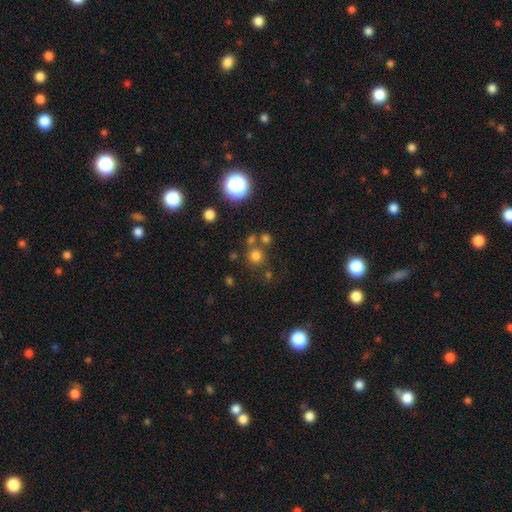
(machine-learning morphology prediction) A smooth galaxy with no disk features (72%) that is round (90%). Merging: none (72%).